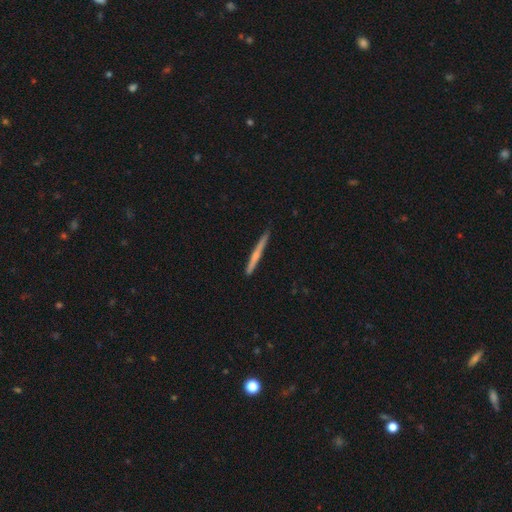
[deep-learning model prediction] A featured or disk galaxy (48%).

Vote fractions:
- Smooth or featured? featured or disk: 48% / smooth: 47% / star or artifact: 6%
- Merging? none: 89% / minor disturbance: 9% / major disturbance: 1% / merger: 1%